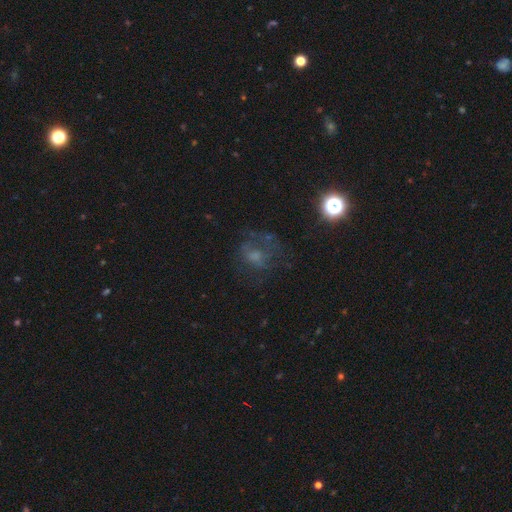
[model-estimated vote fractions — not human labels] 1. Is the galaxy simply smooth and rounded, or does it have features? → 40% featured or disk, 35% smooth, 25% star or artifact.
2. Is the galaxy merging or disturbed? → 49% none, 29% major disturbance, 19% minor disturbance, 3% merger.